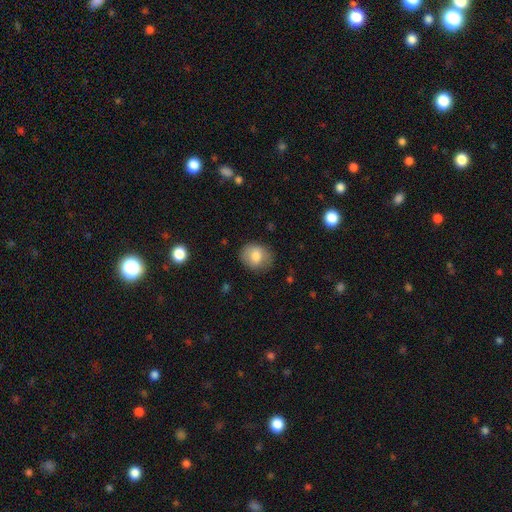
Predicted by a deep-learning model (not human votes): Smooth or featured: smooth — 78% (featured or disk — 14%)
How rounded: round — 62% (in between — 37%)
Merging: none — 75% (minor disturbance — 19%)